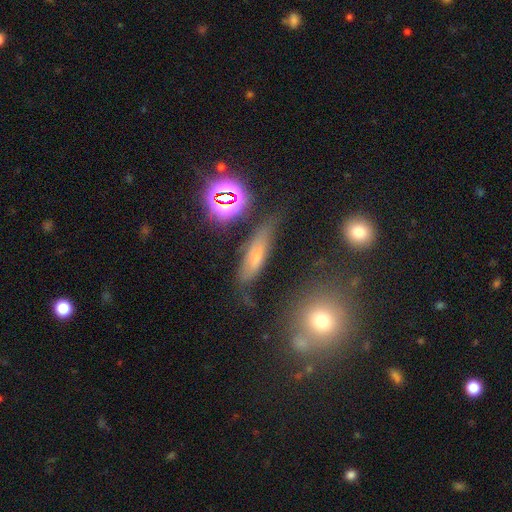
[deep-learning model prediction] This is possibly a smooth galaxy (53%). How rounded: possibly cigar-shaped (59%). Merging: likely none (61%).